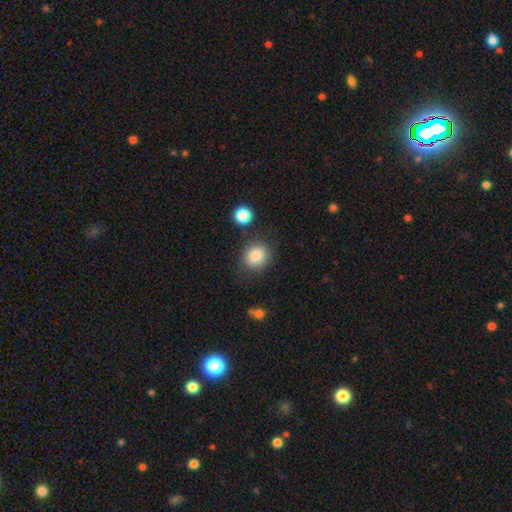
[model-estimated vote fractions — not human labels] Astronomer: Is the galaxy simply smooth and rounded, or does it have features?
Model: smooth — 85%.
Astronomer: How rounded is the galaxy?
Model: round — 75%.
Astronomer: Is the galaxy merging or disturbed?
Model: none — 80%.